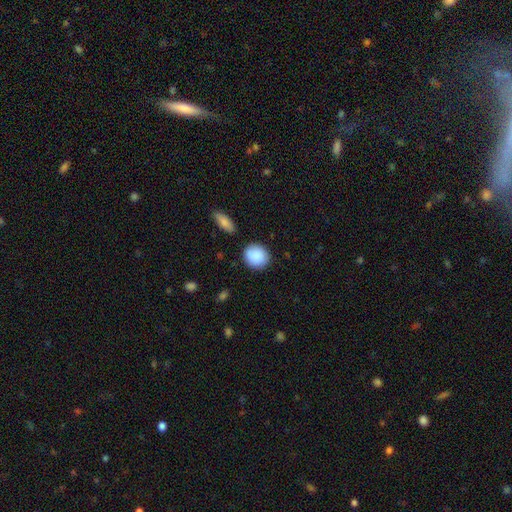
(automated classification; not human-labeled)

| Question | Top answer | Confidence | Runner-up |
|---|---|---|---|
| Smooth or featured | smooth | 89% | star or artifact (7%) |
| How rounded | round | 83% | in between (16%) |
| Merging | none | 86% | minor disturbance (10%) |